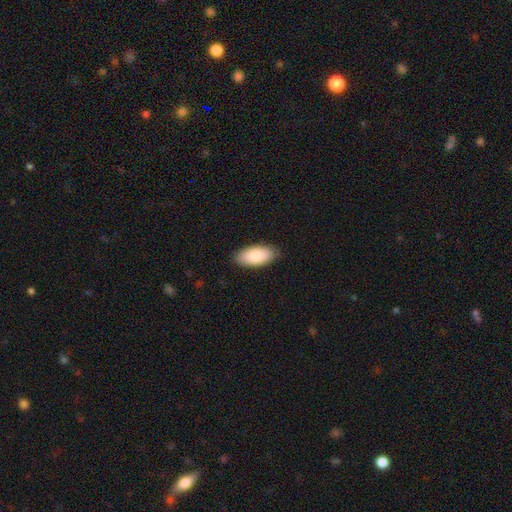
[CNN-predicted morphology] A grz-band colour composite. It shows a smooth galaxy with no disk features (84%) that is in between round and cigar-shaped (92%). Merging: none (87%).